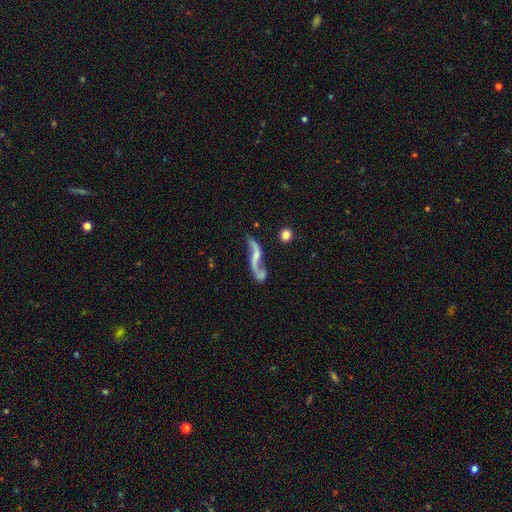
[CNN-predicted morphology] Smooth or featured? featured or disk (83%)
Edge-on disk? no (89%)
Bar? no (47%)
Spiral arms? yes (91%)
Spiral winding? loose (92%)
Spiral arm count? 2 (89%)
Bulge size? small (49%)
Merging? none (52%)